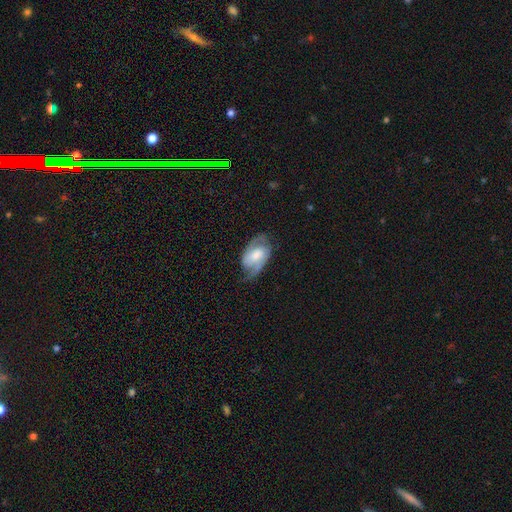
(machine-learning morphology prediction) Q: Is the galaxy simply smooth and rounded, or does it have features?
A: featured or disk — 81%.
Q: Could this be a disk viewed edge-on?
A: no — 97%.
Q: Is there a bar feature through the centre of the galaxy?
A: weak — 46%.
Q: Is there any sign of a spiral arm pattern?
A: yes — 95%.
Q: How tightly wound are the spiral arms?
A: medium — 52%.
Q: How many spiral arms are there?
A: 2 — 90%.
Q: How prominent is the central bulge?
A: moderate — 43%.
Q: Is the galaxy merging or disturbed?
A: none — 71%.